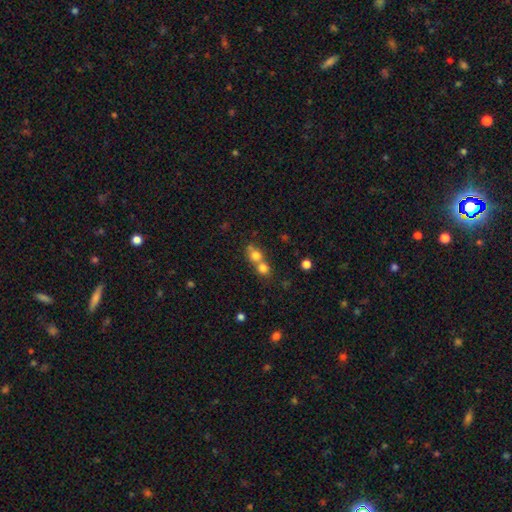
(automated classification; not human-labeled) The model was most divided on "merging": merger: 62%, none: 31%, minor disturbance: 5%, major disturbance: 3%. More confident: how rounded — round (78%); smooth or featured — smooth (74%).